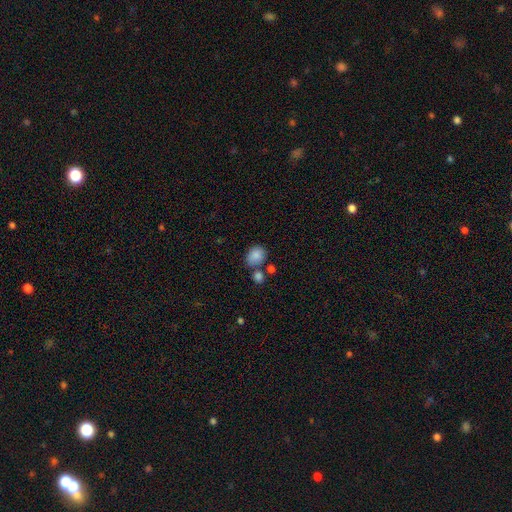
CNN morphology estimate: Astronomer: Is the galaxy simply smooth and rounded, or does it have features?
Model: smooth — 85%.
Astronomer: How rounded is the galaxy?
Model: round — 53% (runner-up: in between, 46%).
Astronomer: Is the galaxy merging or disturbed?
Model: none — 60%.